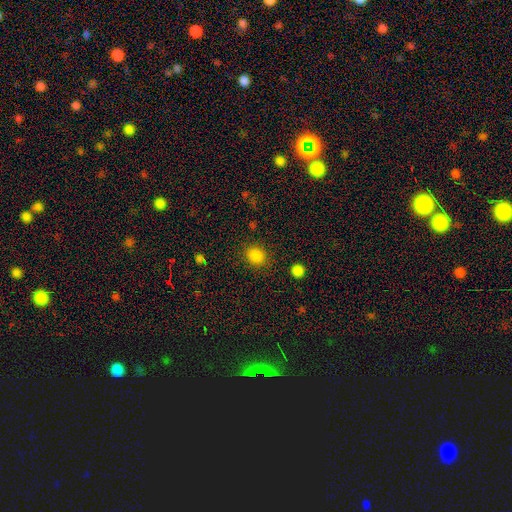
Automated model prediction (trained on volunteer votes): Smooth or featured? smooth (85%)
How rounded? round (70%)
Merging? none (86%)